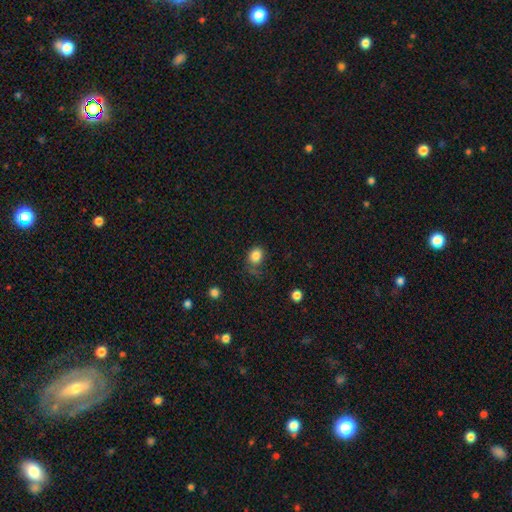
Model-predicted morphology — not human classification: A smooth galaxy with no disk features (84%) that is round (62%). Merging: none (66%).